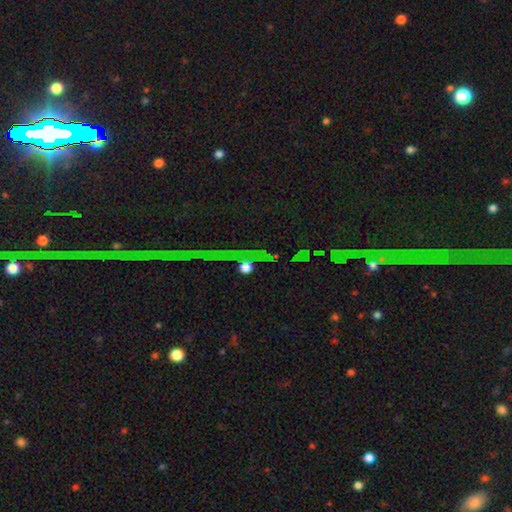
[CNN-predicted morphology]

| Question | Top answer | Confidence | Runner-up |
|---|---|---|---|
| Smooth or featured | star or artifact | 76% | featured or disk (12%) |